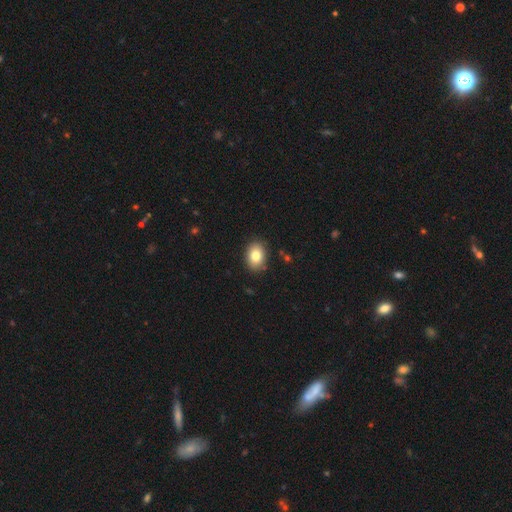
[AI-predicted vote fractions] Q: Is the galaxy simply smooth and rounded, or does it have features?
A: smooth — 81%.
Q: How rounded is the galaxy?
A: in between — 72%.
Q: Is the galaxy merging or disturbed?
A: none — 88%.